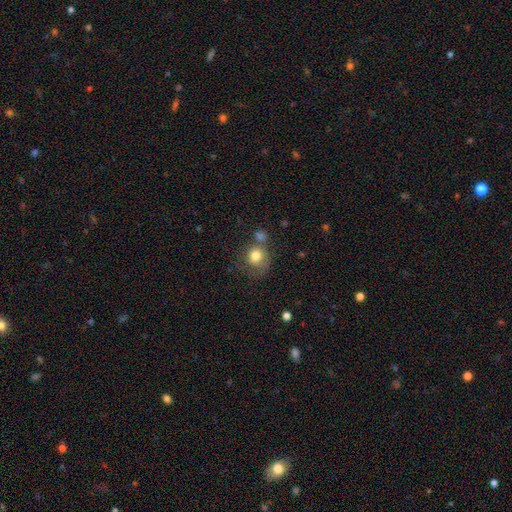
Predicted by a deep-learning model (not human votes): smooth-or-featured: smooth: 78% | featured or disk: 13% | star or artifact: 9%
  how-rounded: round: 80% | in between: 19% | cigar-shaped: 1%
  merging: none: 45% | merger: 23% | minor disturbance: 19% | major disturbance: 14%